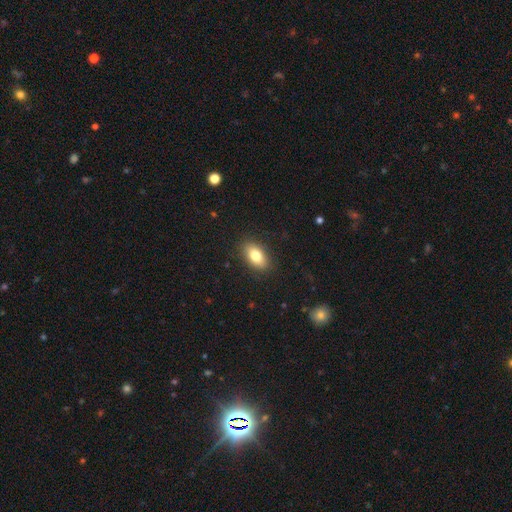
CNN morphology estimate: smooth 80%, featured or disk 12%, star or artifact 8%. Down the decision tree: how rounded — in between (90%); merging — none (88%).